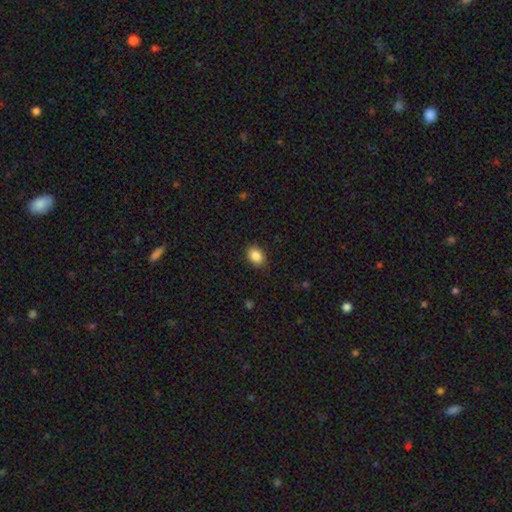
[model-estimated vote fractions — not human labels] smooth 88%, star or artifact 8%, featured or disk 4%. Down the decision tree: how rounded — in between (74%); merging — none (87%).